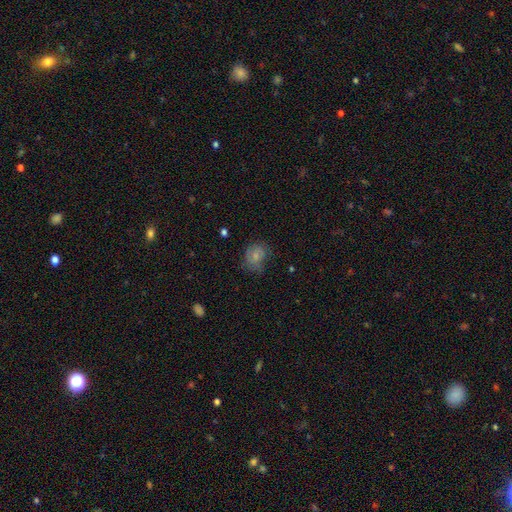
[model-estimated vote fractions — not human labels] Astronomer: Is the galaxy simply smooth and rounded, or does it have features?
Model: smooth — 65%.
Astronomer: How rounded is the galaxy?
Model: round — 58% (runner-up: in between, 41%).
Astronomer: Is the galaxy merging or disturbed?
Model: none — 54% (runner-up: minor disturbance, 30%).